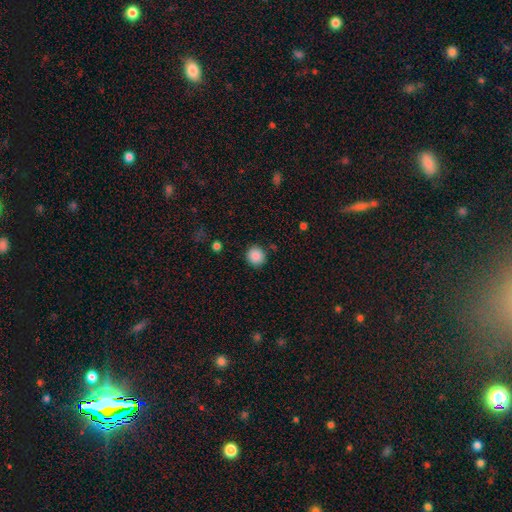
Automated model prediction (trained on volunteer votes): This is clearly a smooth galaxy (88%). How rounded: clearly round (92%). Merging: clearly none (89%).